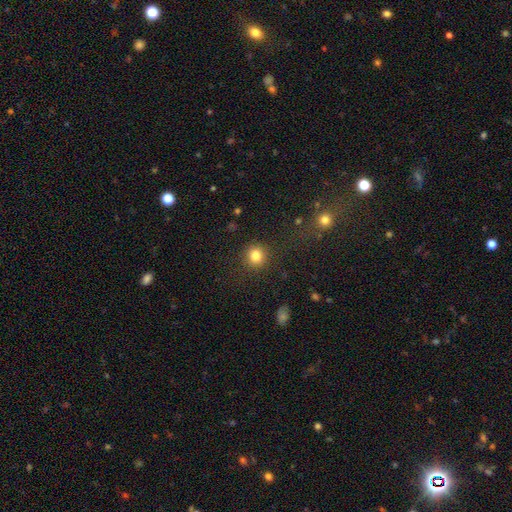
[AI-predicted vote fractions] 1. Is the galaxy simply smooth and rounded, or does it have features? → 82% smooth, 12% star or artifact, 6% featured or disk.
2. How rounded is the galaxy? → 91% round, 8% in between, 1% cigar-shaped.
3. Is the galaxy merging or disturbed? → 89% none, 7% minor disturbance, 3% major disturbance, 1% merger.